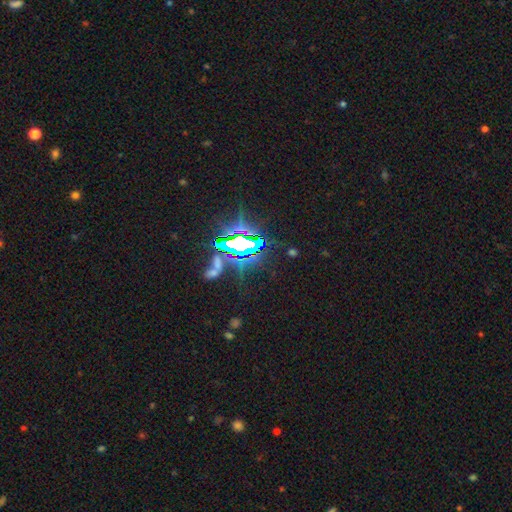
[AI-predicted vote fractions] Morphology: type=star or artifact (79%).